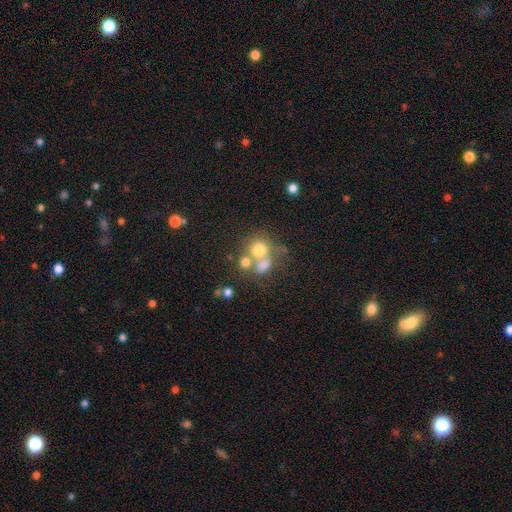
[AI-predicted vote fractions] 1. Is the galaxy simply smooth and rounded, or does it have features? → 55% smooth, 24% featured or disk, 22% star or artifact.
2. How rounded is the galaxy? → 80% round, 19% in between, 1% cigar-shaped.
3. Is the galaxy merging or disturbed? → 48% merger, 39% none, 8% minor disturbance, 6% major disturbance.